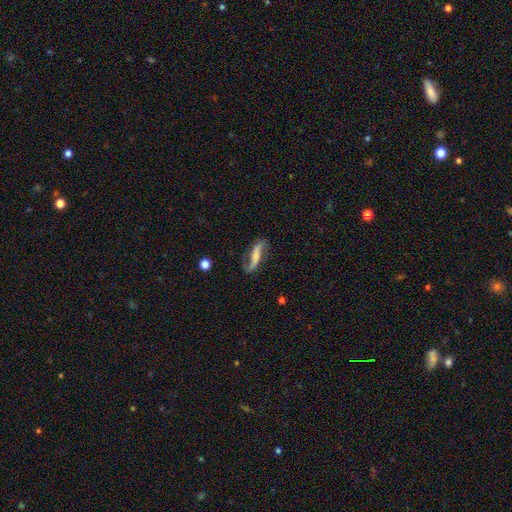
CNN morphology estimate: This appears to be a featured or disk galaxy (74%) with a strong bar (39%), 2 (88%) loose (81%) spiral arms (93%) and no central bulge (48%). Merging: none (69%).